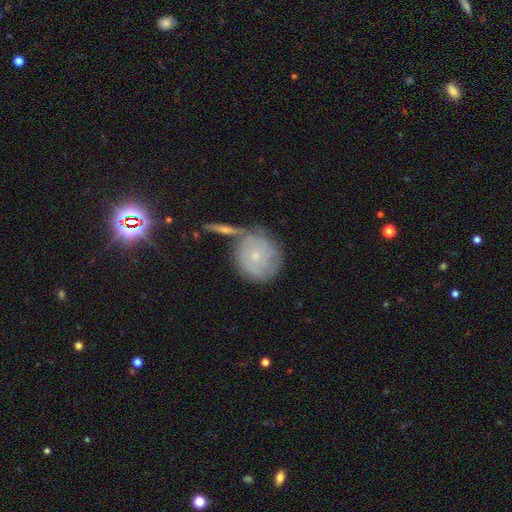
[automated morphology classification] featured or disk 51%, smooth 39%, star or artifact 10%. Down the decision tree: edge-on disk — no (94%); merging — none (59%).